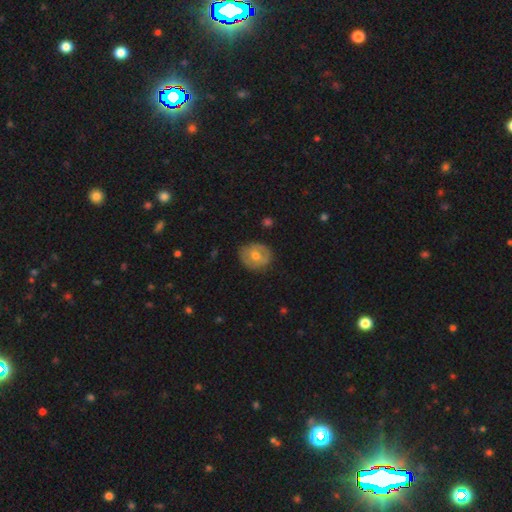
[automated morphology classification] smooth-or-featured: smooth: 48% | featured or disk: 44% | star or artifact: 7%
  merging: none: 79% | minor disturbance: 16% | major disturbance: 4% | merger: 1%